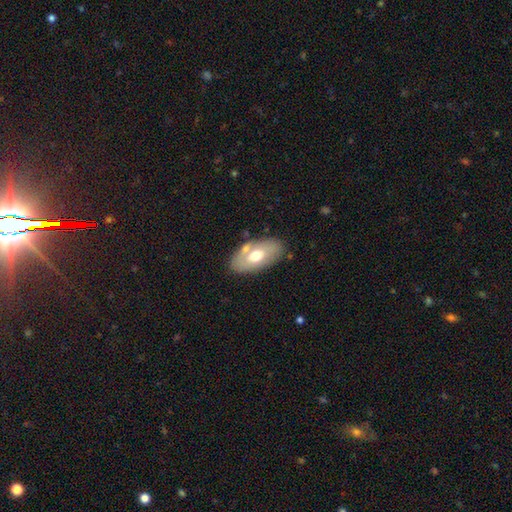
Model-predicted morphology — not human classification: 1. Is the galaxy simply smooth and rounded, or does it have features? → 56% smooth, 38% featured or disk, 6% star or artifact.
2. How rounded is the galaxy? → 93% in between, 4% round, 3% cigar-shaped.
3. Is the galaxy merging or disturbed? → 71% none, 15% minor disturbance, 10% merger, 4% major disturbance.